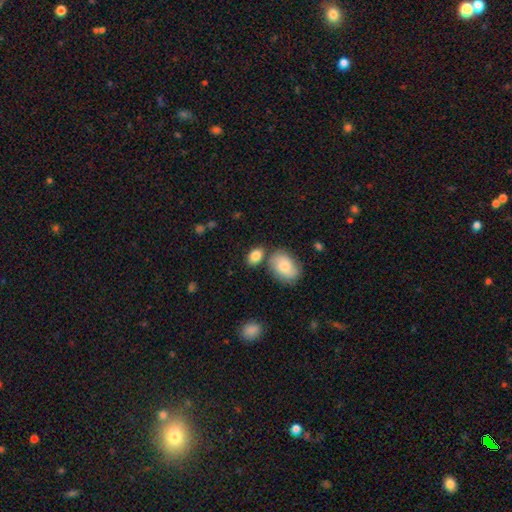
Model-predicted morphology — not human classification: smooth 85%, featured or disk 8%, star or artifact 7%. Down the decision tree: how rounded — in between (85%); merging — none (63%).